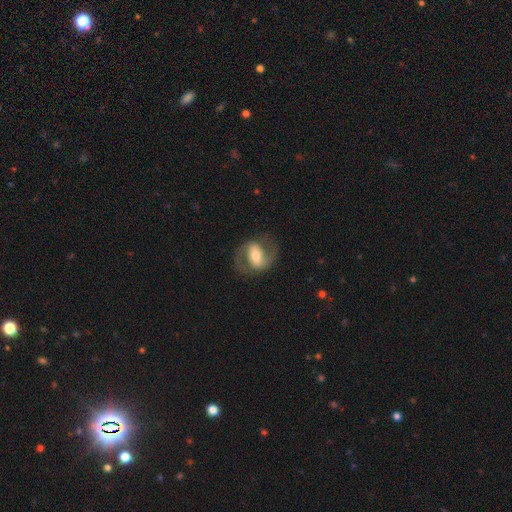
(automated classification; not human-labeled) This is likely a featured or disk galaxy (74%). It is clearly not viewed edge-on (96%). Bar: possibly strong (45%). Spiral arm pattern: clearly yes (86%). Spiral arm count: clearly 2 (90%). Spiral winding: possibly medium (52%). Central bulge: possibly moderate (59%). Merging: likely none (76%).